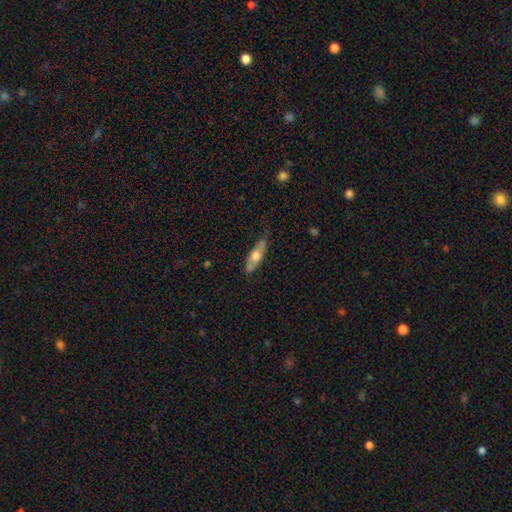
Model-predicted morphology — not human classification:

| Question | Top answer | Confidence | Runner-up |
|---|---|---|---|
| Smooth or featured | smooth | 57% | featured or disk (37%) |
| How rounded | cigar-shaped | 49% | in between (48%) |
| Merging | none | 75% | minor disturbance (20%) |